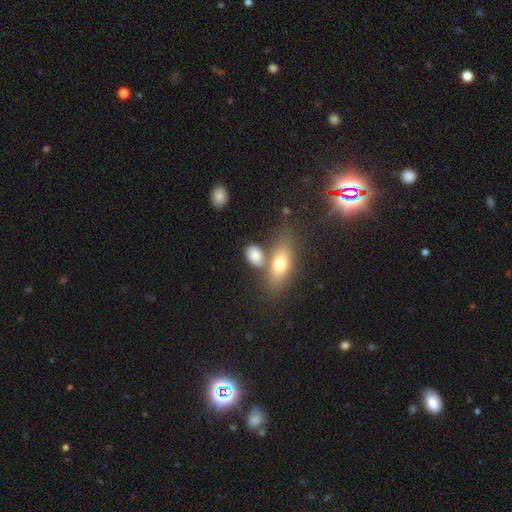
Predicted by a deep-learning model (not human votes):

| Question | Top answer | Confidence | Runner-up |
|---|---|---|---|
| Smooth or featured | smooth | 75% | featured or disk (14%) |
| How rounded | in between | 73% | round (18%) |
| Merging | none | 55% | merger (27%) |